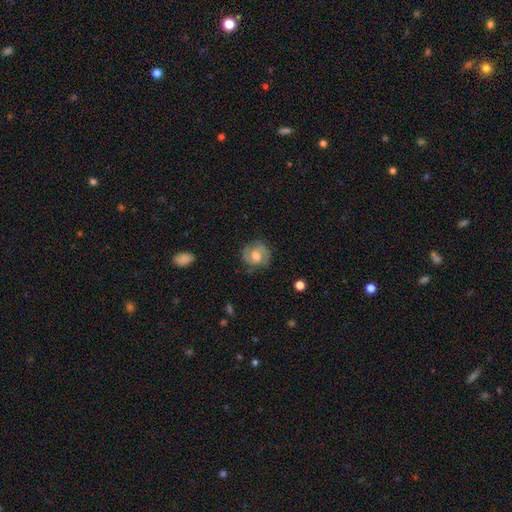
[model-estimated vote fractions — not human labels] This is likely a featured or disk galaxy (66%). It is clearly not viewed edge-on (97%). Bar: marginally weak (45%). Spiral arm pattern: clearly yes (89%). Spiral arm count: clearly 2 (83%). Spiral winding: possibly medium (47%). Central bulge: likely moderate (65%). Merging: likely none (76%).